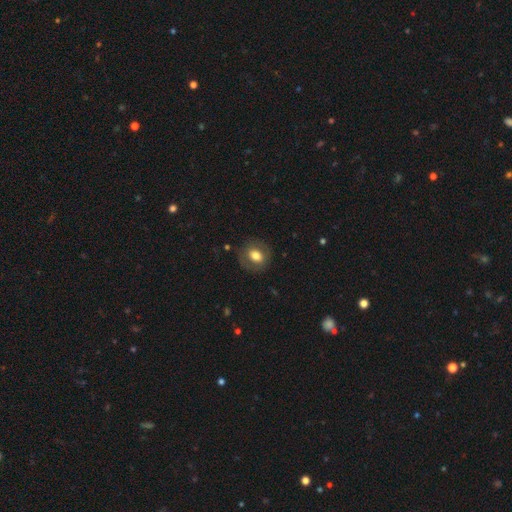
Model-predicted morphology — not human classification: Smooth or featured?
  - smooth: 67% *
  - featured or disk: 25%
  - star or artifact: 8%
How rounded?
  - round: 61% *
  - in between: 37%
  - cigar-shaped: 1%
Merging?
  - none: 82% *
  - minor disturbance: 11%
  - major disturbance: 5%
  - merger: 1%